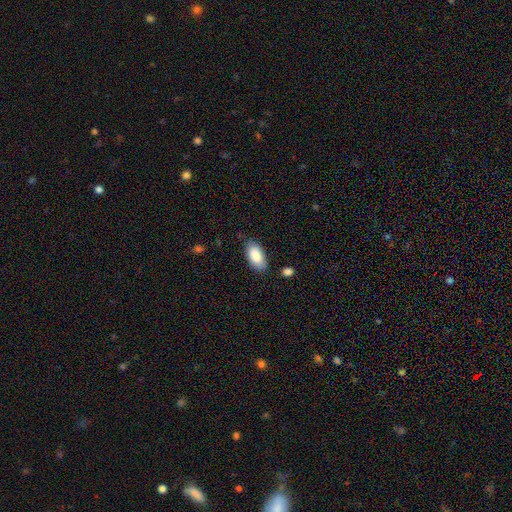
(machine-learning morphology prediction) Smooth or featured? smooth (87%)
How rounded? in between (94%)
Merging? none (81%)